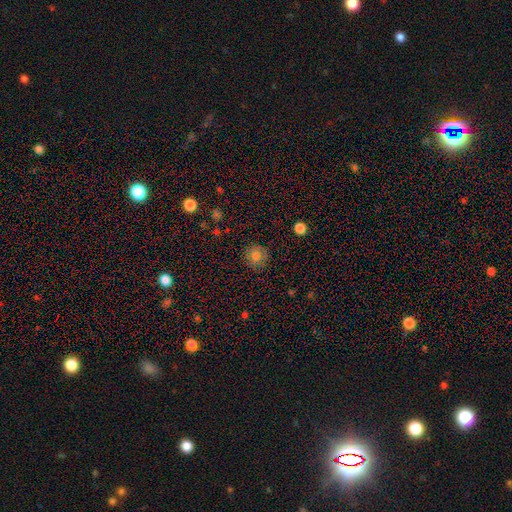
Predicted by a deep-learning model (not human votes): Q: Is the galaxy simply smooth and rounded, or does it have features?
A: smooth — 79%.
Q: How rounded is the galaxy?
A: round — 91%.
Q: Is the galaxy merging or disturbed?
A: none — 85%.